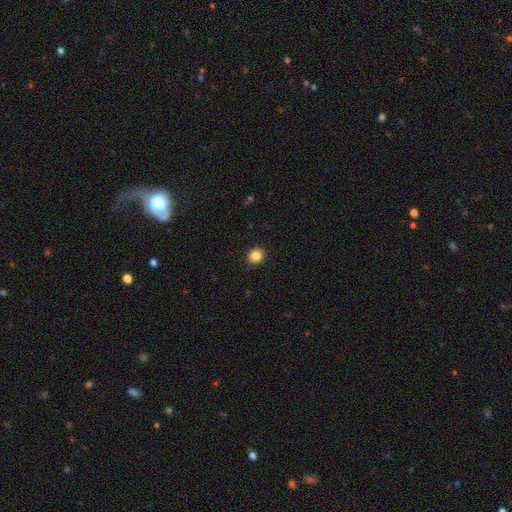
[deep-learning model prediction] smooth 85%, star or artifact 10%, featured or disk 4%. Down the decision tree: how rounded — round (81%); merging — none (89%).